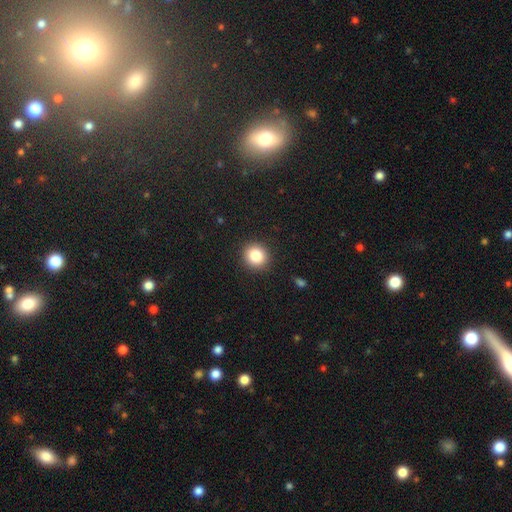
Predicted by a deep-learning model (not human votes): A smooth galaxy with no disk features (84%) that is round (89%). Merging: none (91%).